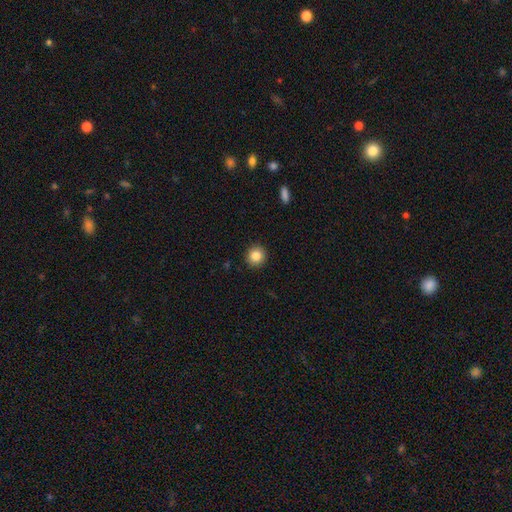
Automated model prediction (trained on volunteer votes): Q: Smooth or featured?
A: smooth (84%); runner-up: star or artifact (10%)
Q: How rounded?
A: round (92%); runner-up: in between (7%)
Q: Merging?
A: none (92%); runner-up: minor disturbance (6%)